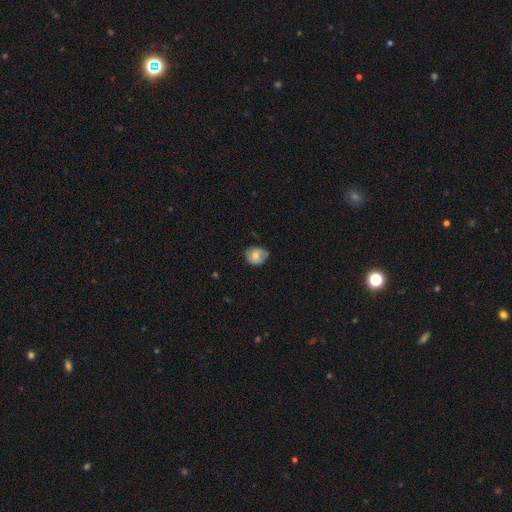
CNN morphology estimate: smooth 70%, featured or disk 22%, star or artifact 8%. Down the decision tree: how rounded — round (71%); merging — none (62%).